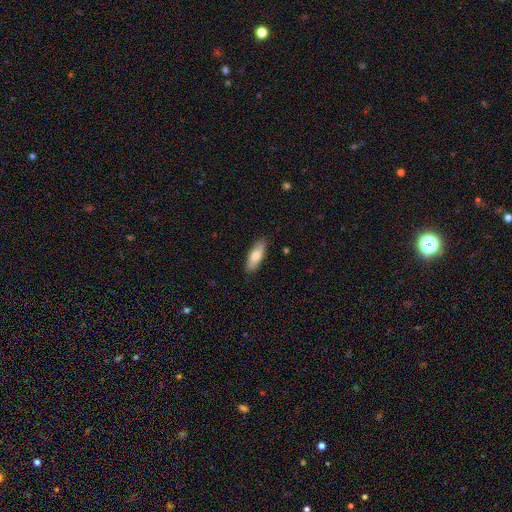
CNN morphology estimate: type=smooth (74%); roundness=in between (64%); merging=none (88%).